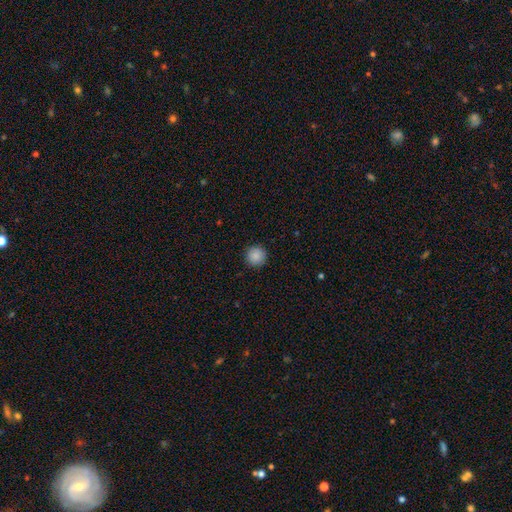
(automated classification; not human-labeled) smooth 88%, star or artifact 8%, featured or disk 3%. Down the decision tree: how rounded — round (96%); merging — none (92%).